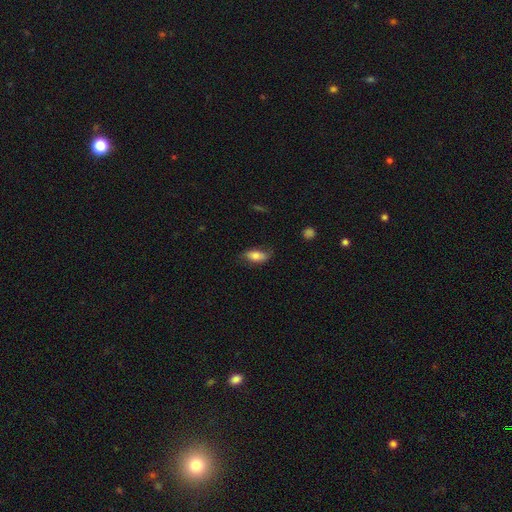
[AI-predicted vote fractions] A smooth galaxy with no disk features (75%) that is in between round and cigar-shaped (86%).

Vote fractions:
- Smooth or featured? smooth: 75% / featured or disk: 18% / star or artifact: 7%
- How rounded? in between: 86% / cigar-shaped: 11% / round: 4%
- Merging? none: 70% / minor disturbance: 23% / major disturbance: 6% / merger: 1%